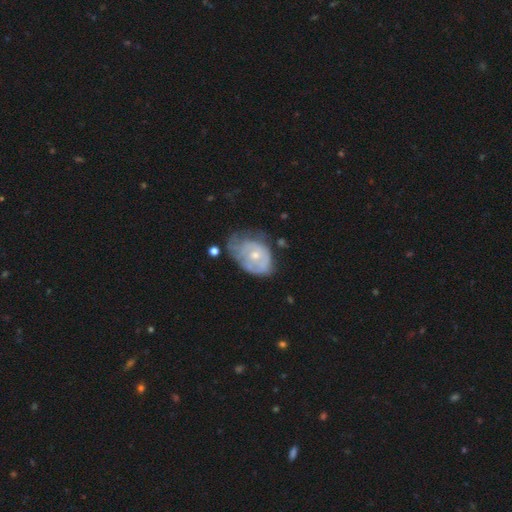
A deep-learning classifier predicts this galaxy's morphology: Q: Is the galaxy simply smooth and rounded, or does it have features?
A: featured or disk — 63%.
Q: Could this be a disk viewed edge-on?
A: no — 97%.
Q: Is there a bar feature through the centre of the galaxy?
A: no — 82%.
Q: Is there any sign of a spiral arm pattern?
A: yes — 60%.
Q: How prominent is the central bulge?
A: small — 51%.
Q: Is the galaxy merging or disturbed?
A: minor disturbance — 37%.